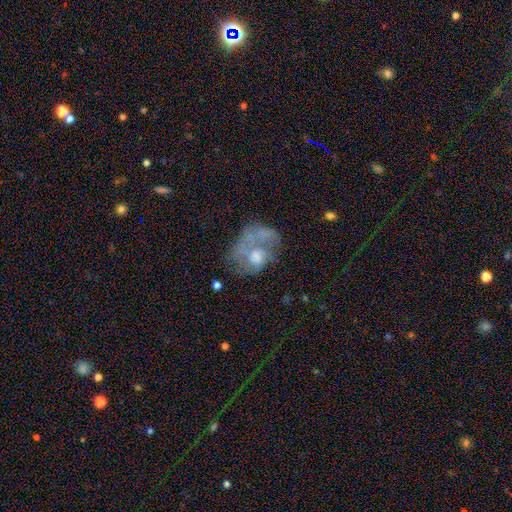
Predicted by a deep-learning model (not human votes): Q: Smooth or featured?
A: featured or disk (55%); runner-up: smooth (34%)
Q: Edge-on disk?
A: no (97%); runner-up: yes (3%)
Q: Bar?
A: no (87%); runner-up: weak (11%)
Q: Spiral arms?
A: no (71%); runner-up: yes (29%)
Q: Bulge size?
A: moderate (46%); runner-up: none (20%)
Q: Merging?
A: major disturbance (38%); runner-up: none (28%)